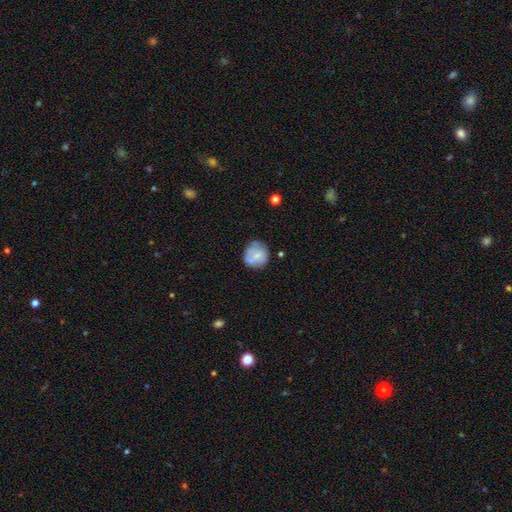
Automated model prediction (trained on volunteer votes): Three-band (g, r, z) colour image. It shows a smooth galaxy with no disk features (62%) that is round (86%). Merging: none (65%).